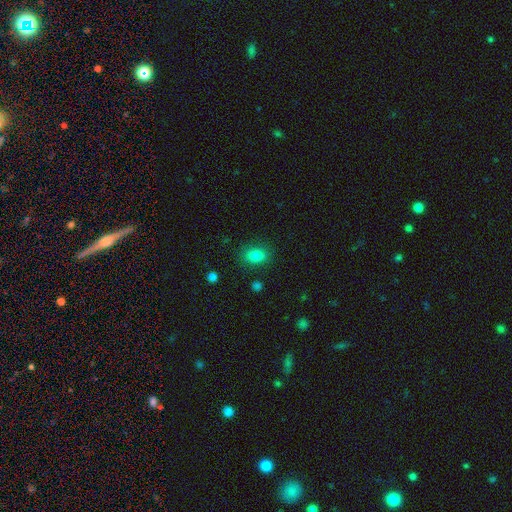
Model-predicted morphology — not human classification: A smooth galaxy with no disk features (83%) that is in between round and cigar-shaped (71%).

Vote fractions:
- Smooth or featured? smooth: 83% / star or artifact: 10% / featured or disk: 7%
- How rounded? in between: 71% / round: 28% / cigar-shaped: 1%
- Merging? none: 84% / minor disturbance: 11% / major disturbance: 3% / merger: 2%